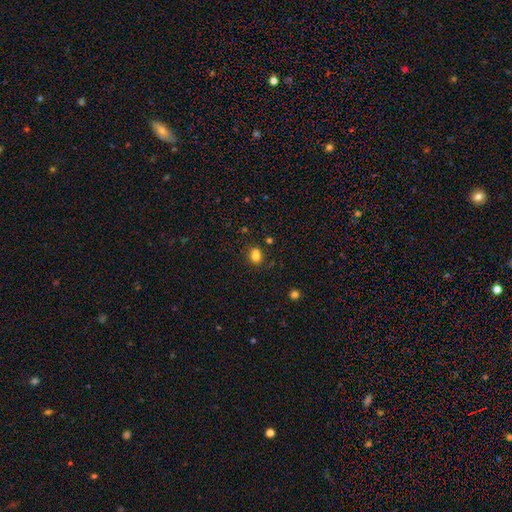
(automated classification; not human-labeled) Overall: smooth (76%). How rounded: round (61%; in between 38%). Merging: none (52%; merger 29%).